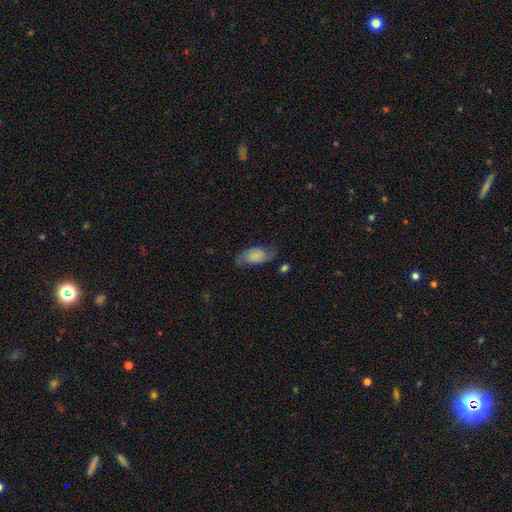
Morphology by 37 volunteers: Volunteers were most divided on "smooth or featured": featured or disk: 51%, smooth: 46%, star or artifact: 3%. Remaining: edge-on disk — no (100%); spiral arm count — 2 (88%); bar — no (84%); spiral arms — yes (84%); bulge size — small (79%); merging — none (64%); spiral winding — medium (44%).